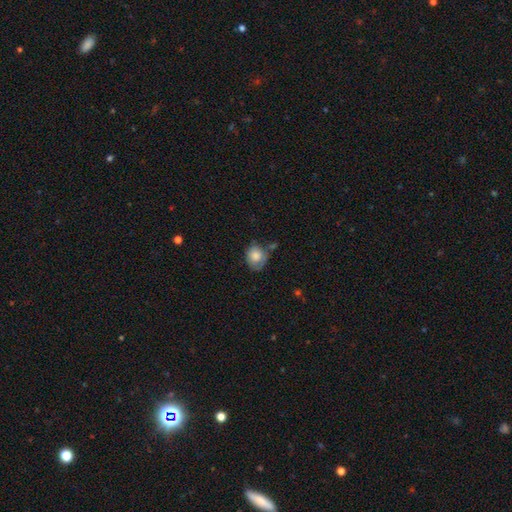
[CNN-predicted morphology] smooth-or-featured: smooth: 77% | featured or disk: 16% | star or artifact: 8%
  how-rounded: round: 65% | in between: 34% | cigar-shaped: 1%
  merging: none: 50% | minor disturbance: 30% | major disturbance: 10% | merger: 9%